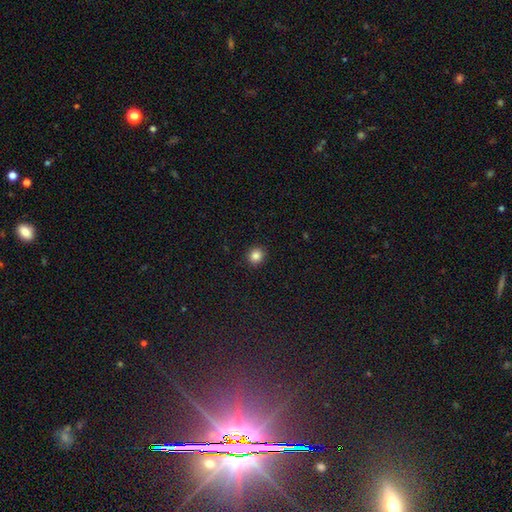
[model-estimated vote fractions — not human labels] smooth-or-featured: smooth: 85% | star or artifact: 11% | featured or disk: 4%
  how-rounded: round: 86% | in between: 13% | cigar-shaped: 1%
  merging: none: 92% | minor disturbance: 5% | major disturbance: 2% | merger: 1%